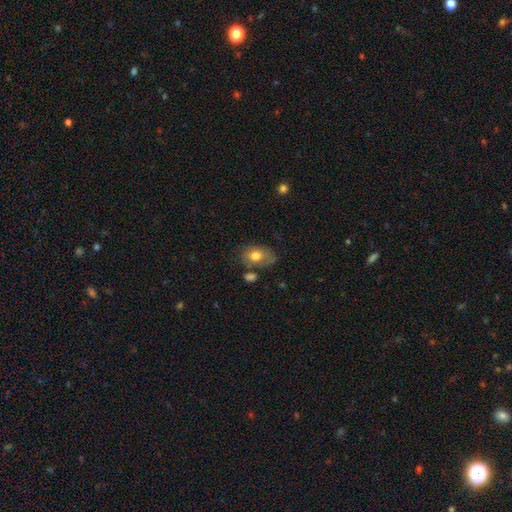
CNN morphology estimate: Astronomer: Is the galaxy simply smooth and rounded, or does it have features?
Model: smooth — 74%.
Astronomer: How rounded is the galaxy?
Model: in between — 79%.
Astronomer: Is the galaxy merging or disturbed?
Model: none — 51% (runner-up: minor disturbance, 26%).